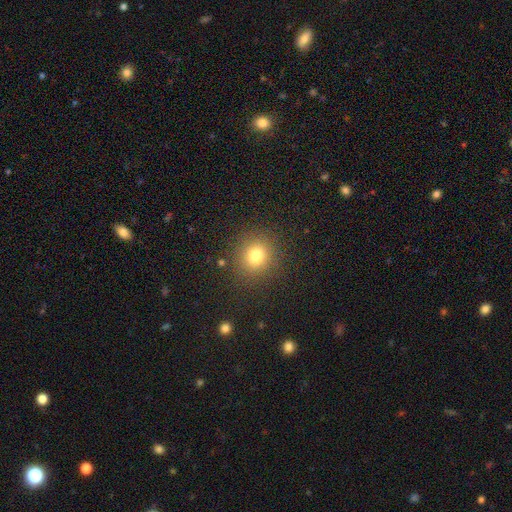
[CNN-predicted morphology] The model was most divided on "smooth or featured": smooth: 79%, star or artifact: 14%, featured or disk: 7%. More confident: merging — none (88%); how rounded — round (87%).